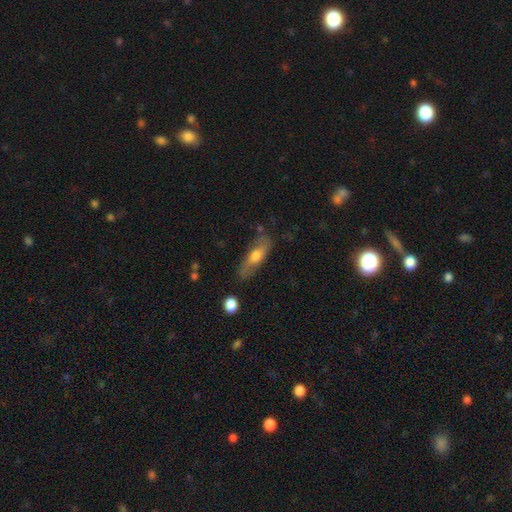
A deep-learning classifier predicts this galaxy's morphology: This appears to be a smooth galaxy with no disk features (57%) that is in between round and cigar-shaped (50%). Merging: none (70%).